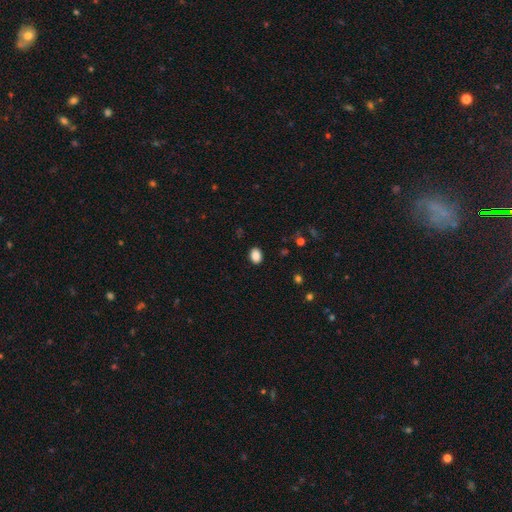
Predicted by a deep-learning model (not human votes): A smooth galaxy with no disk features (88%) that is in between round and cigar-shaped (73%). Merging: none (90%).